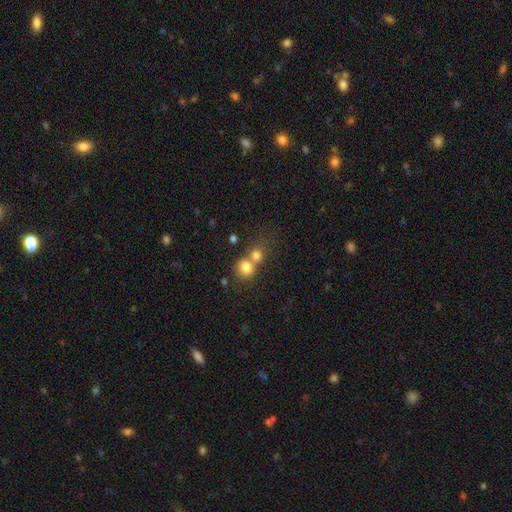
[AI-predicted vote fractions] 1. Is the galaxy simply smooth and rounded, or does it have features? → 60% smooth, 27% star or artifact, 13% featured or disk.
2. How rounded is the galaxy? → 82% round, 17% in between, 2% cigar-shaped.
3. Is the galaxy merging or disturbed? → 47% merger, 42% none, 7% minor disturbance, 4% major disturbance.